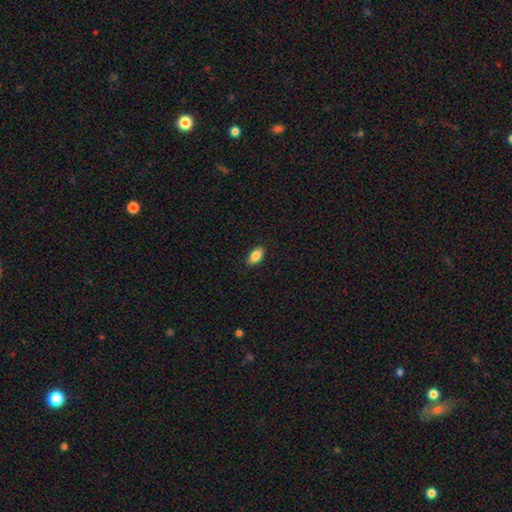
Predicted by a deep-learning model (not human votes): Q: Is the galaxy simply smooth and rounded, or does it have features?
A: smooth — 86%.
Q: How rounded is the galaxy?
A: in between — 91%.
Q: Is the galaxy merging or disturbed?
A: none — 89%.